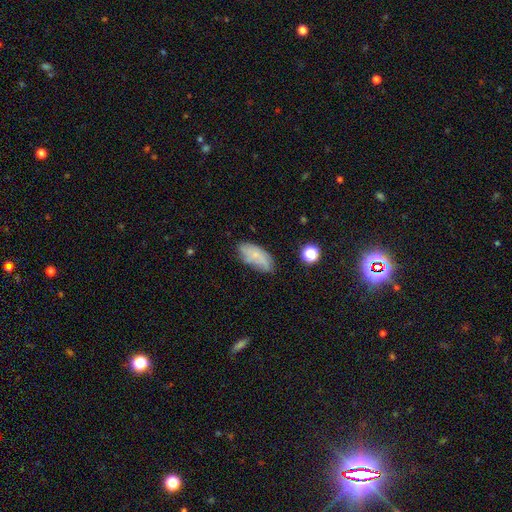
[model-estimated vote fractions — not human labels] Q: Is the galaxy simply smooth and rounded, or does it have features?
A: smooth — 66%.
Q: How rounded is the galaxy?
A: in between — 88%.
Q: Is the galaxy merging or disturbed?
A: none — 61%.